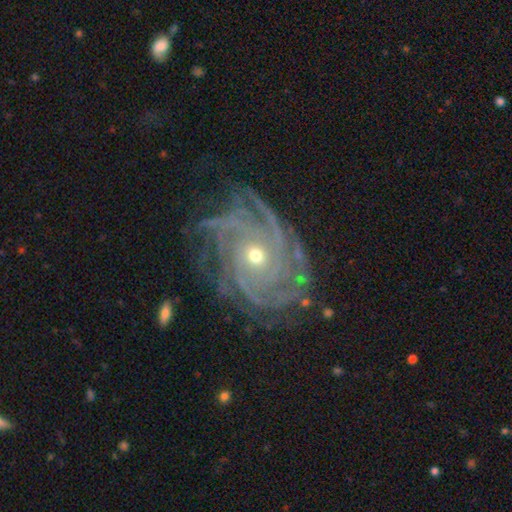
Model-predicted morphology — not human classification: Smooth or featured?
  - featured or disk: 90% *
  - star or artifact: 6%
  - smooth: 3%
Edge-on disk?
  - no: 97% *
  - yes: 3%
Bar?
  - no: 78% *
  - weak: 15%
  - strong: 7%
Spiral arms?
  - yes: 98% *
  - no: 2%
Spiral winding?
  - tight: 67% *
  - medium: 25%
  - loose: 7%
Spiral arm count?
  - more than 4: 20% *
  - 4: 19%
  - can't tell: 18%
  - 3: 18%
  - 2: 17%
  - 1: 9%
Bulge size?
  - small: 64% *
  - moderate: 32%
  - large: 2%
  - none: 1%
  - dominant: 1%
Merging?
  - none: 68% *
  - minor disturbance: 17%
  - major disturbance: 13%
  - merger: 2%